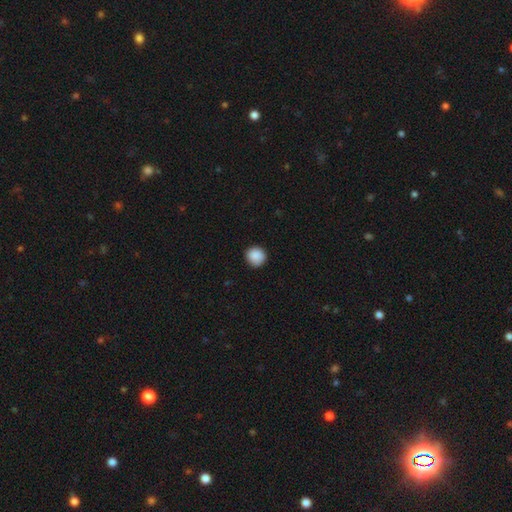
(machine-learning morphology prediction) Smooth or featured?
  - smooth: 90% *
  - star or artifact: 8%
  - featured or disk: 2%
How rounded?
  - round: 94% *
  - in between: 5%
  - cigar-shaped: 1%
Merging?
  - none: 91% *
  - minor disturbance: 6%
  - major disturbance: 2%
  - merger: 1%